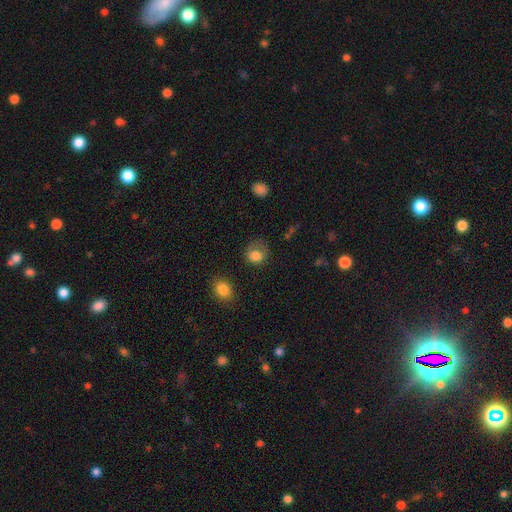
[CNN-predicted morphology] This appears to be a smooth galaxy with no disk features (79%) that is round (70%). Merging: none (50%).